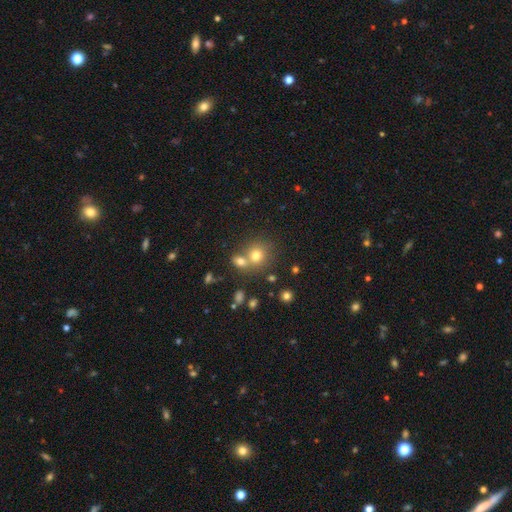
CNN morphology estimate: type=smooth (72%); roundness=round (82%); merging=none (51%).